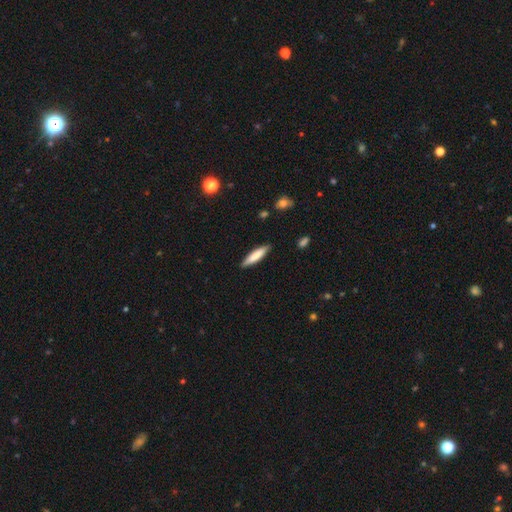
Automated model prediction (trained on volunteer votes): smooth 79%, featured or disk 15%, star or artifact 6%. Down the decision tree: how rounded — cigar-shaped (79%); merging — none (88%).